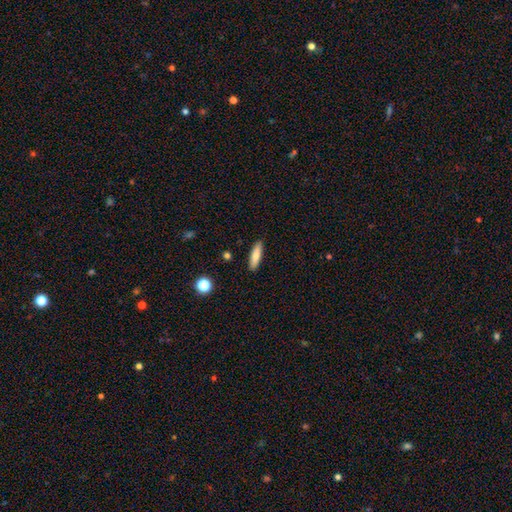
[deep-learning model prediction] Smooth or featured? smooth (78%)
How rounded? cigar-shaped (64%)
Merging? none (89%)